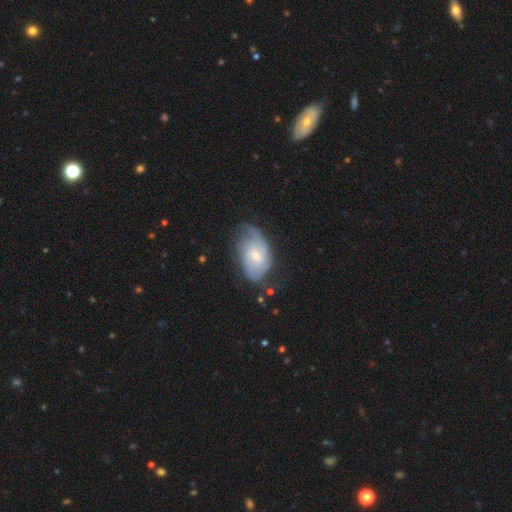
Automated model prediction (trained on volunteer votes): This is likely a featured or disk galaxy (72%). It is clearly not viewed edge-on (96%). Bar: likely no (62%). Spiral arm pattern: clearly yes (90%). Spiral arm count: possibly 2 (48%). Spiral winding: marginally medium (41%). Central bulge: likely small (61%). Merging: possibly none (57%).